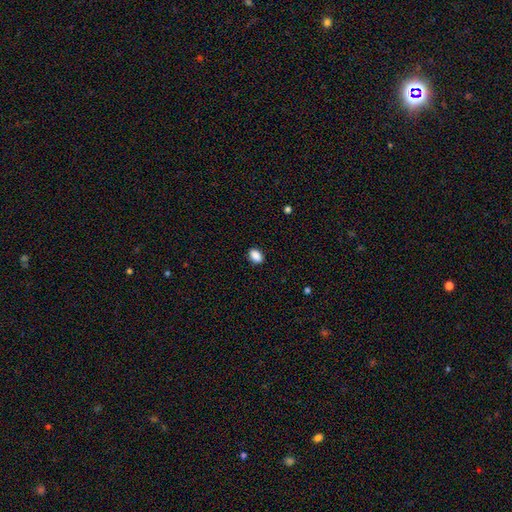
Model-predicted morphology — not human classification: Smooth or featured? smooth (89%)
How rounded? in between (81%)
Merging? none (89%)